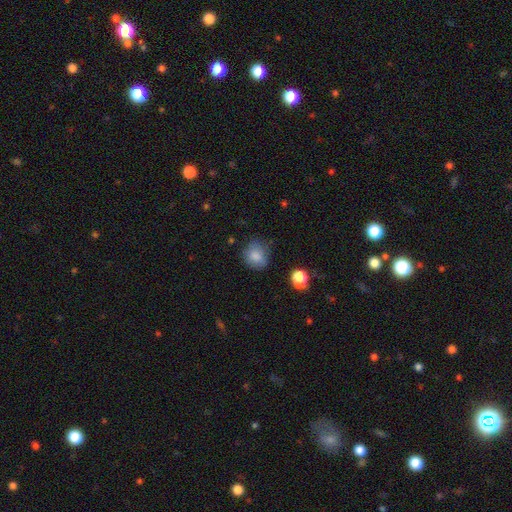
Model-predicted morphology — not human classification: smooth 82%, star or artifact 10%, featured or disk 8%. Down the decision tree: how rounded — round (67%); merging — none (68%).